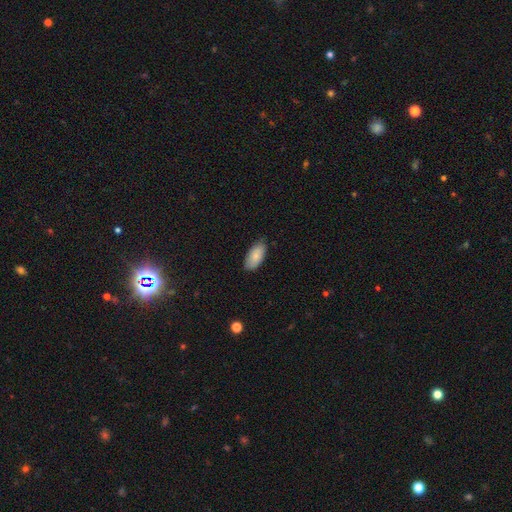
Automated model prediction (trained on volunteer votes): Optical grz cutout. It shows a smooth galaxy with no disk features (82%) that is in between round and cigar-shaped (93%). Merging: none (81%).